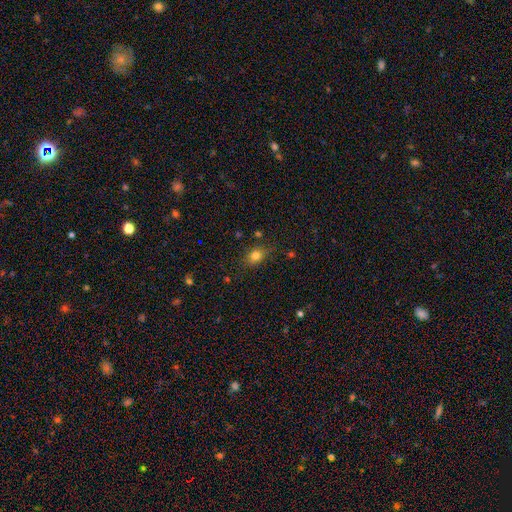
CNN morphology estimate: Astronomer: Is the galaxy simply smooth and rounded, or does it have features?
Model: smooth — 76%.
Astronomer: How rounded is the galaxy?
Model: in between — 57% (runner-up: round, 40%).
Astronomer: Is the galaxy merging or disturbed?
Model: none — 72%.